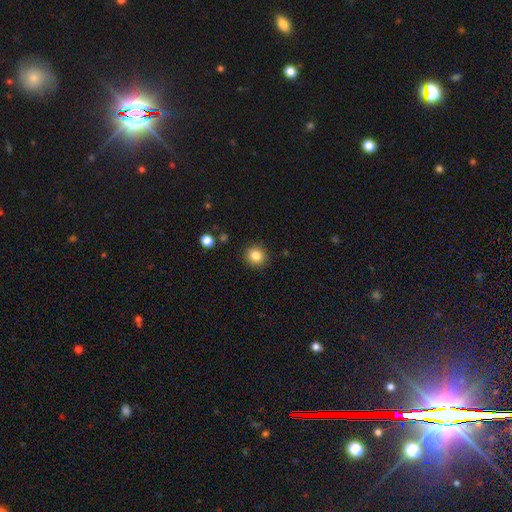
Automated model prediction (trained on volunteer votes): Smooth or featured?
  - smooth: 84% *
  - star or artifact: 11%
  - featured or disk: 6%
How rounded?
  - round: 89% *
  - in between: 11%
  - cigar-shaped: 1%
Merging?
  - none: 90% *
  - minor disturbance: 7%
  - major disturbance: 2%
  - merger: 1%